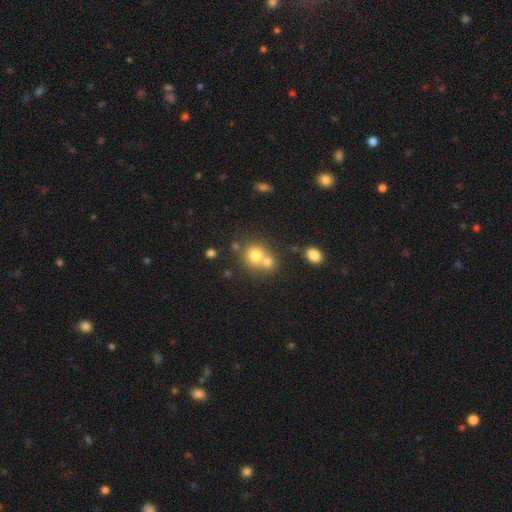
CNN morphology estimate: smooth_or_featured: smooth (p=0.74) [alt: featured or disk p=0.14]
how_rounded: round (p=0.81) [alt: in between p=0.18]
merging: merger (p=0.50) [alt: none p=0.40]